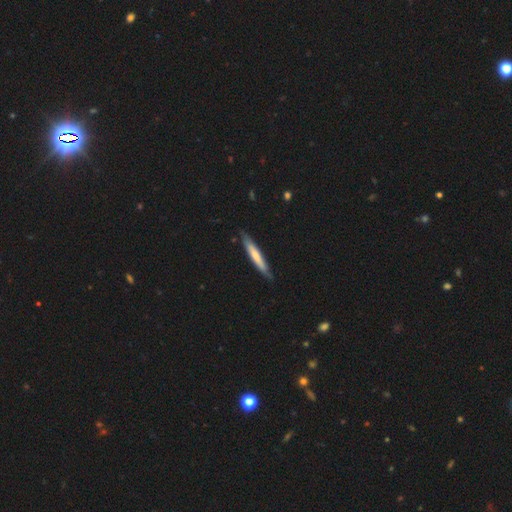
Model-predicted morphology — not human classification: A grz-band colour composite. It shows a smooth galaxy with no disk features (59%) that is cigar-shaped (93%). Merging: none (83%).